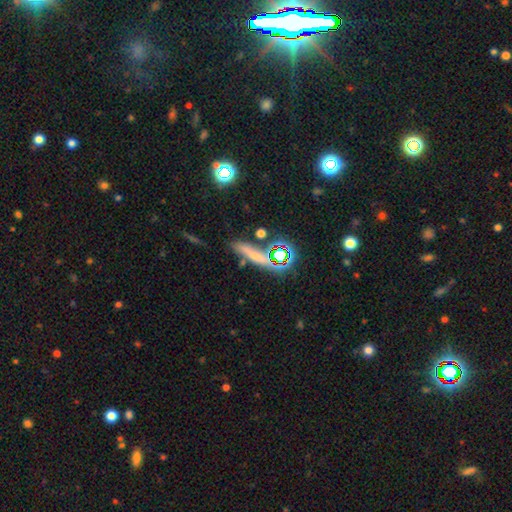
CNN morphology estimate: Smooth or featured? Predicted: smooth (p=0.50). How rounded? Predicted: cigar-shaped (p=0.72). Merging? Predicted: none (p=0.67).